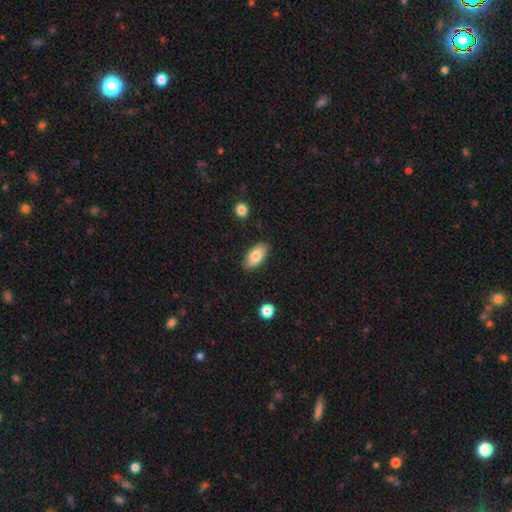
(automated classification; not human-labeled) smooth-or-featured: smooth: 82% | featured or disk: 12% | star or artifact: 6%
  how-rounded: in between: 91% | cigar-shaped: 6% | round: 3%
  merging: none: 86% | minor disturbance: 11% | major disturbance: 2% | merger: 1%